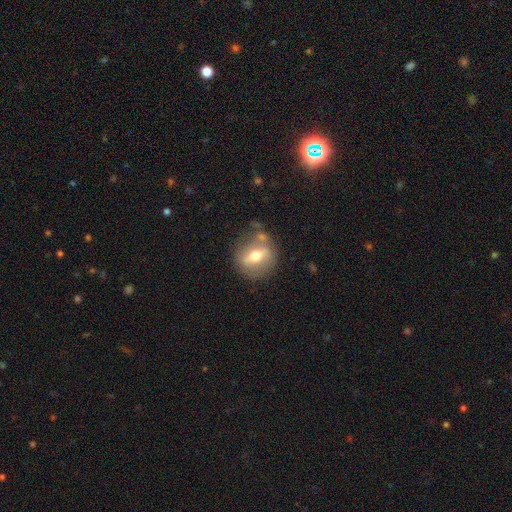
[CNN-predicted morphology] This appears to be a featured or disk galaxy (54%). Merging: none (70%).